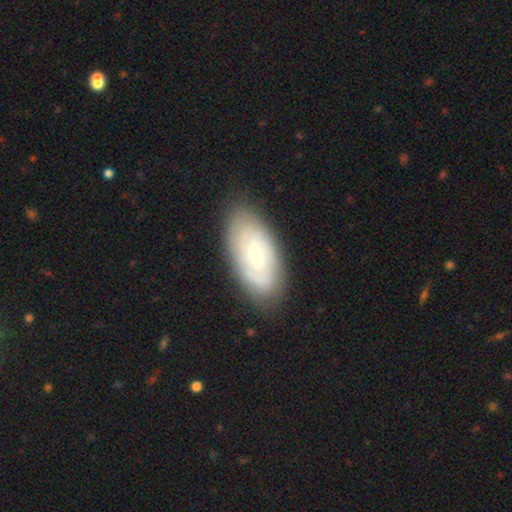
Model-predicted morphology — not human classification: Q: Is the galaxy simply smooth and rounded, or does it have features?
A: featured or disk — 57%.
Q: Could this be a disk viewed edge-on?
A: no — 91%.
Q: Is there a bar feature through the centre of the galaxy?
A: weak — 52%.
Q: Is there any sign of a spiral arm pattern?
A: yes — 66%.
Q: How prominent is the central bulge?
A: small — 45%.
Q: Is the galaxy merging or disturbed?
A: none — 80%.